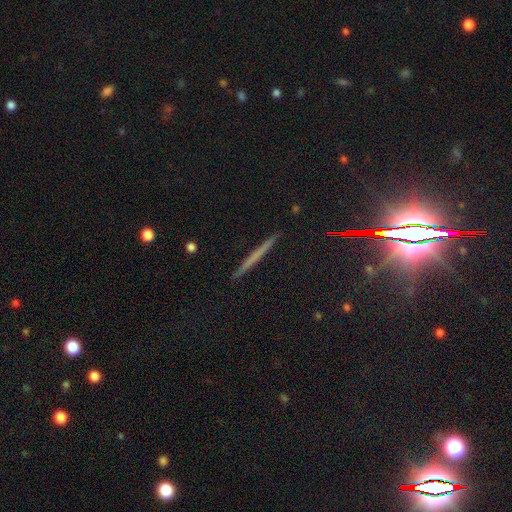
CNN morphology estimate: The model was most divided on "smooth or featured": smooth: 45%, featured or disk: 44%, star or artifact: 11%. More confident: merging — none (92%).